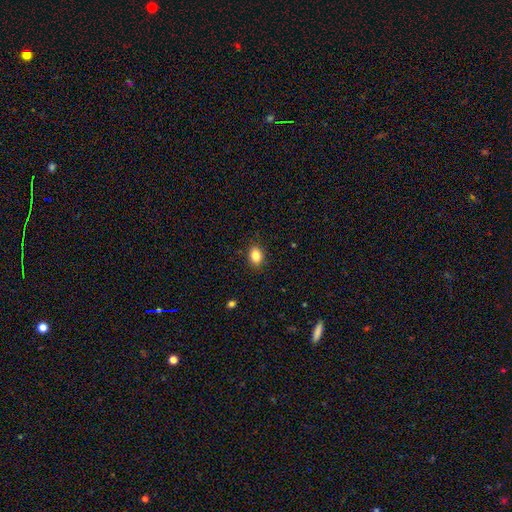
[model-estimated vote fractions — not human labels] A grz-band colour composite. It shows a smooth galaxy with no disk features (84%) that is in between round and cigar-shaped (70%). Merging: none (88%).